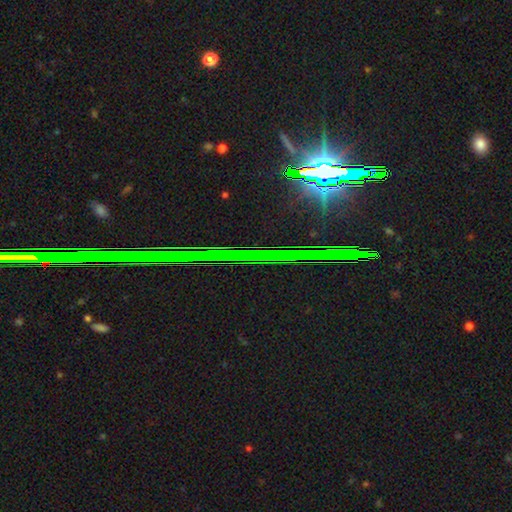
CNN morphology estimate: Q: Smooth or featured?
A: star or artifact (84%); runner-up: featured or disk (9%)